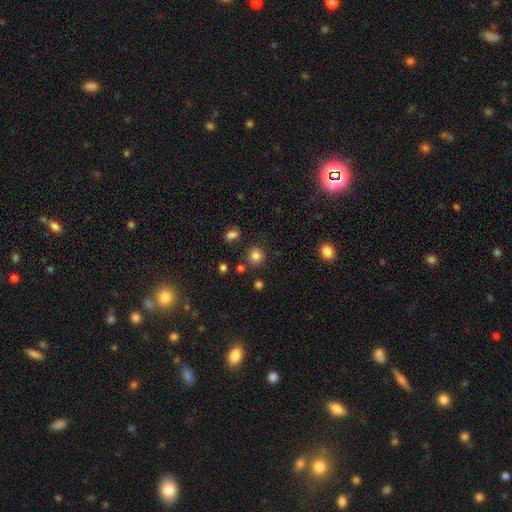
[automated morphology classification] Overall: smooth (82%). How rounded: round (90%). Merging: none (85%).